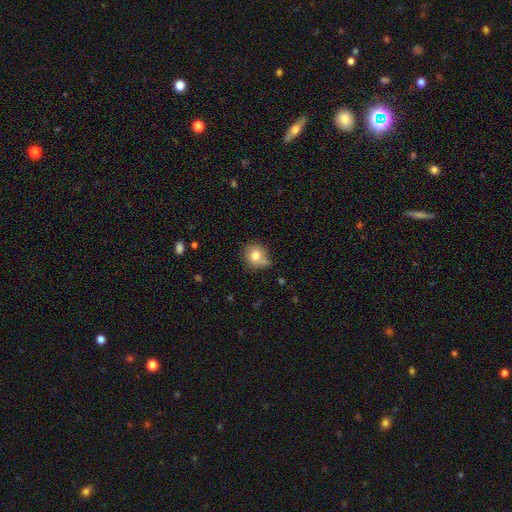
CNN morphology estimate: Q: Smooth or featured?
A: smooth (77%); runner-up: featured or disk (12%)
Q: How rounded?
A: round (81%); runner-up: in between (18%)
Q: Merging?
A: none (61%); runner-up: minor disturbance (24%)